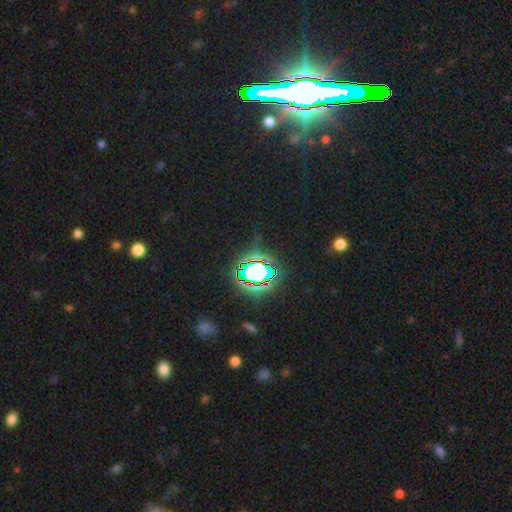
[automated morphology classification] A star or artifact, not a galaxy (83%).

Vote fractions:
- Smooth or featured? star or artifact: 83% / smooth: 10% / featured or disk: 8%